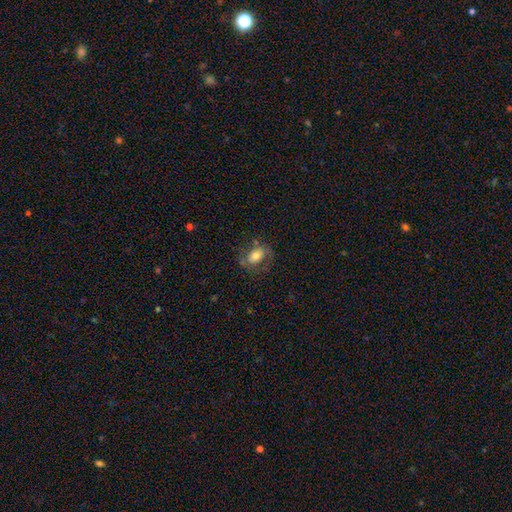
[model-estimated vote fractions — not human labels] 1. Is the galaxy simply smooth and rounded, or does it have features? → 66% smooth, 26% featured or disk, 8% star or artifact.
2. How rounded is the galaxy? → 82% in between, 16% round, 2% cigar-shaped.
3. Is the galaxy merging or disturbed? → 64% none, 20% minor disturbance, 13% major disturbance, 3% merger.